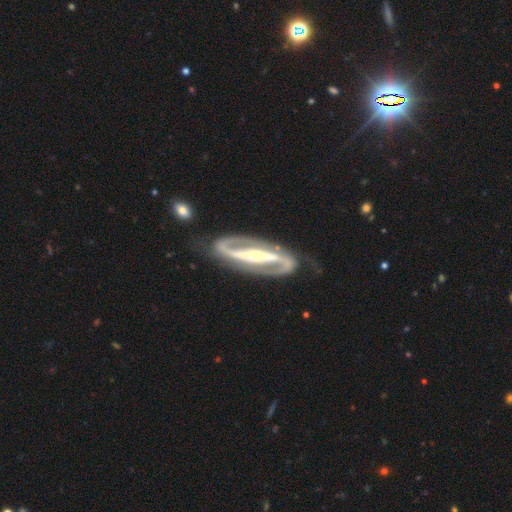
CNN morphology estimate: smooth_or_featured: featured or disk (p=0.93) [alt: smooth p=0.03]
disk_edge_on: no (p=0.94) [alt: yes p=0.06]
bar: strong (p=0.83) [alt: weak p=0.10]
has_spiral_arms: yes (p=0.97) [alt: no p=0.03]
spiral_winding: medium (p=0.51) [alt: tight p=0.33]
spiral_arm_count: 2 (p=0.94) [alt: can't tell p=0.02]
bulge_size: moderate (p=0.55) [alt: small p=0.34]
merging: none (p=0.81) [alt: minor disturbance p=0.12]